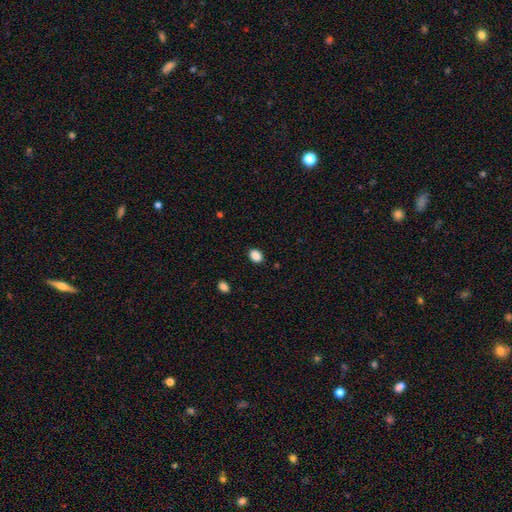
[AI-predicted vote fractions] Smooth or featured? Predicted: smooth (p=0.88). How rounded? Predicted: in between (p=0.65). Merging? Predicted: none (p=0.88).